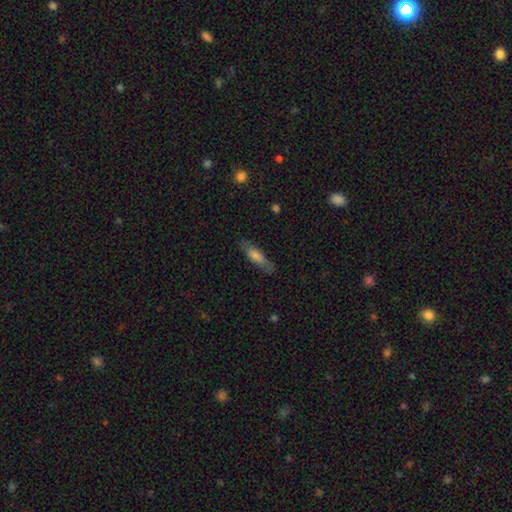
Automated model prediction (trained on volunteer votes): A smooth galaxy with no disk features (67%) that is cigar-shaped (64%).

Vote fractions:
- Smooth or featured? smooth: 67% / featured or disk: 27% / star or artifact: 7%
- How rounded? cigar-shaped: 64% / in between: 34% / round: 2%
- Merging? none: 80% / minor disturbance: 15% / major disturbance: 3% / merger: 1%